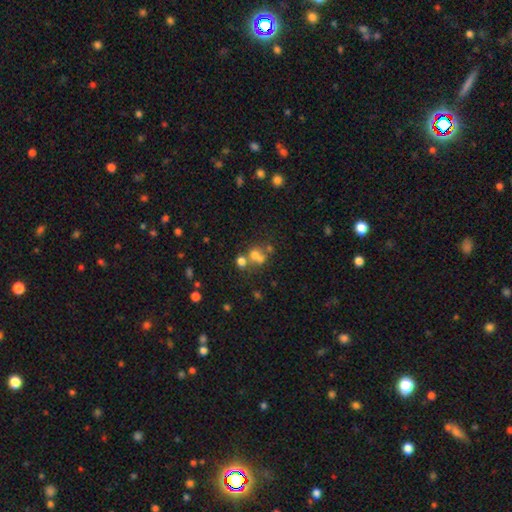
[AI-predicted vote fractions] A smooth galaxy with no disk features (59%) that is round (78%).

Vote fractions:
- Smooth or featured? smooth: 59% / star or artifact: 21% / featured or disk: 20%
- How rounded? round: 78% / in between: 21% / cigar-shaped: 1%
- Merging? merger: 48% / none: 39% / minor disturbance: 8% / major disturbance: 5%